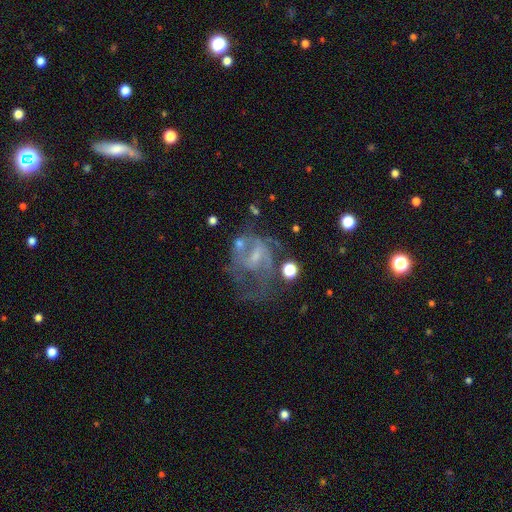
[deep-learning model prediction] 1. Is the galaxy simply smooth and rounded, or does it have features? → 67% featured or disk, 19% smooth, 14% star or artifact.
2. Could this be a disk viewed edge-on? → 97% no, 3% yes.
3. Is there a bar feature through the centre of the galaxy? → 46% no, 43% weak, 12% strong.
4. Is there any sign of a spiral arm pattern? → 58% yes, 42% no.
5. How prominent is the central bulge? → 47% small, 27% none, 23% moderate, 2% large, 1% dominant.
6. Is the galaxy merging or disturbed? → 41% major disturbance, 30% none, 17% minor disturbance, 13% merger.